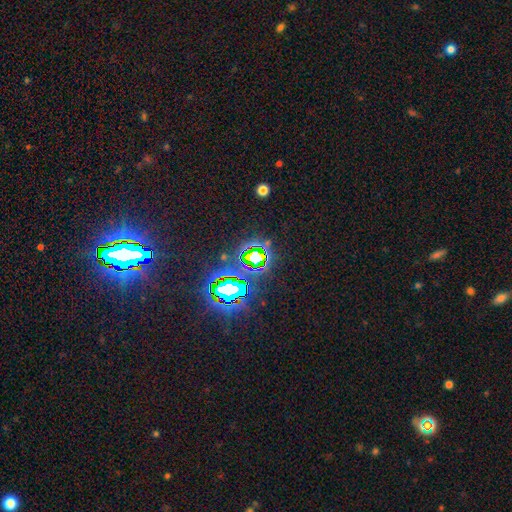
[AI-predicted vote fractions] This is likely a star or artifact rather than a galaxy (78%).